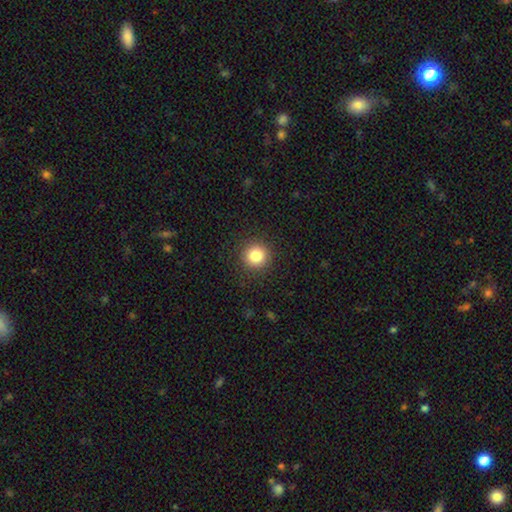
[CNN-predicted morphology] This appears to be a smooth galaxy with no disk features (84%) that is round (95%). Merging: none (91%).